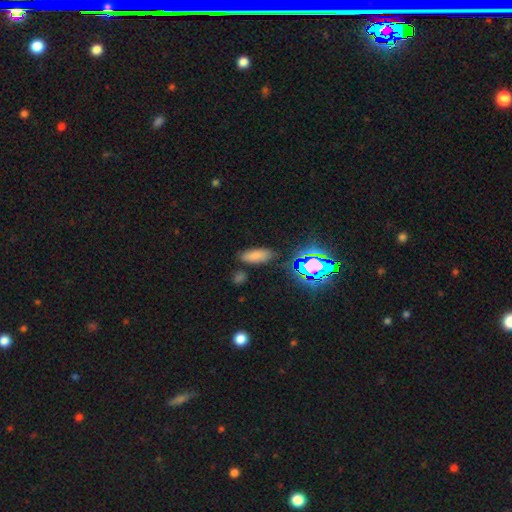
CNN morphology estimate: A smooth galaxy with no disk features (74%) that is in between round and cigar-shaped (79%).

Vote fractions:
- Smooth or featured? smooth: 74% / star or artifact: 18% / featured or disk: 8%
- How rounded? in between: 79% / cigar-shaped: 17% / round: 4%
- Merging? none: 82% / minor disturbance: 12% / major disturbance: 3% / merger: 3%